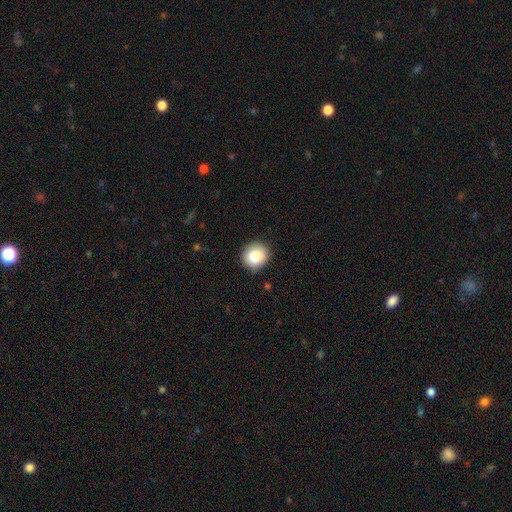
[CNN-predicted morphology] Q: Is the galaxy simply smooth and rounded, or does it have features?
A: smooth — 86%.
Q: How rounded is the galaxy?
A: round — 88%.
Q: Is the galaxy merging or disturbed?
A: none — 89%.